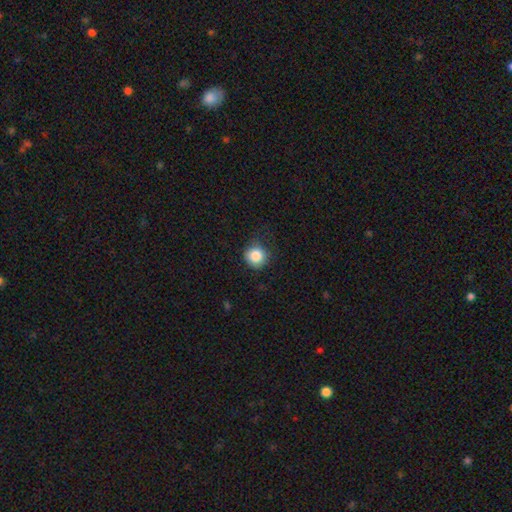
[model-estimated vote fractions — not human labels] This is clearly a smooth galaxy (85%). How rounded: clearly round (91%). Merging: likely none (73%).